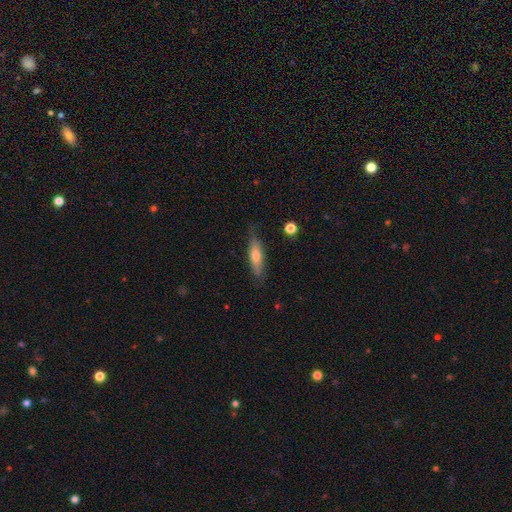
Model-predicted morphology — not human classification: smooth-or-featured: smooth: 61% | featured or disk: 32% | star or artifact: 6%
  how-rounded: cigar-shaped: 62% | in between: 36% | round: 2%
  merging: none: 77% | minor disturbance: 18% | major disturbance: 4% | merger: 2%